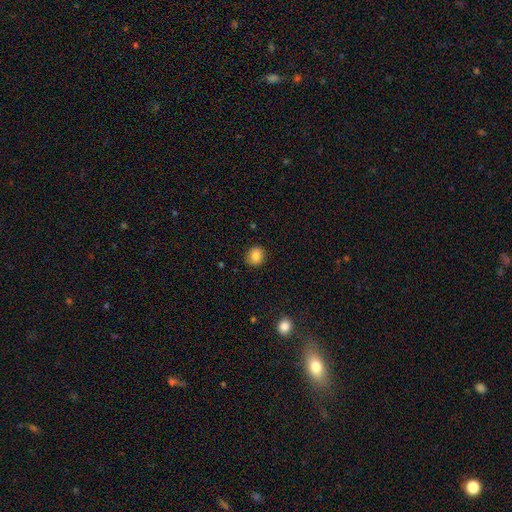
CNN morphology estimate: Overall: smooth (85%). How rounded: round (74%). Merging: none (89%).